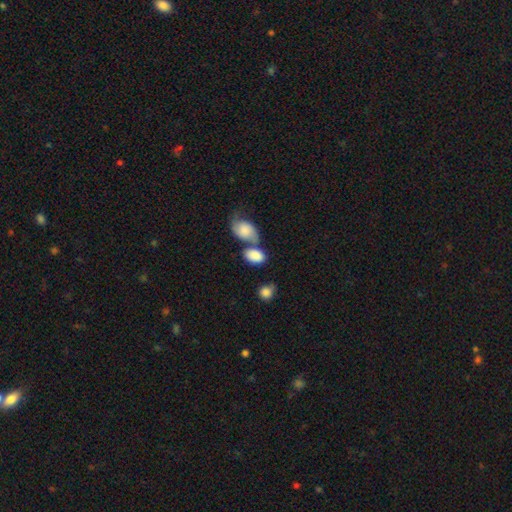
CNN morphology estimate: This is clearly a smooth galaxy (81%). How rounded: clearly in between (85%). Merging: possibly merger (51%).